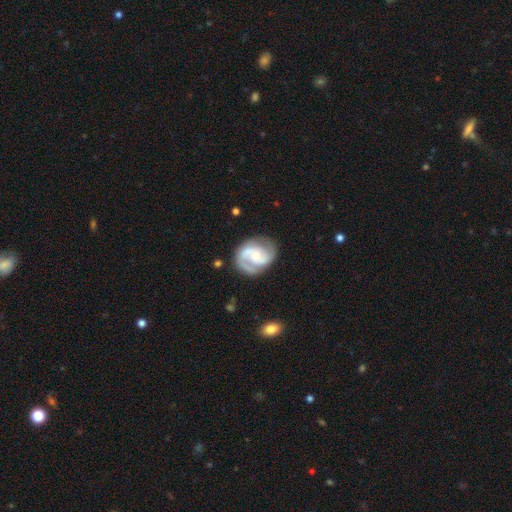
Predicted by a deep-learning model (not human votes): smooth-or-featured: featured or disk: 84% | smooth: 11% | star or artifact: 5%
  disk-edge-on: no: 98% | yes: 2%
    bar: no: 52% | weak: 36% | strong: 11%
    has-spiral-arms: yes: 94% | no: 6%
      spiral-winding: medium: 48% | tight: 34% | loose: 18%
      spiral-arm-count: 2: 80% | 1: 8% | can't tell: 6% | 3: 3% | 4: 1% | more than 4: 1%
    bulge-size: moderate: 52% | small: 43% | large: 3% | none: 1% | dominant: 1%
  merging: none: 73% | minor disturbance: 17% | major disturbance: 8% | merger: 2%